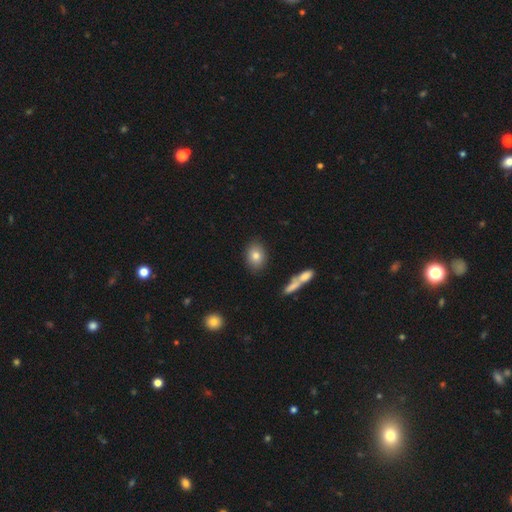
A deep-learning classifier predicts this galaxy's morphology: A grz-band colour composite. It shows a smooth galaxy with no disk features (80%) that is in between round and cigar-shaped (64%). Merging: none (85%).